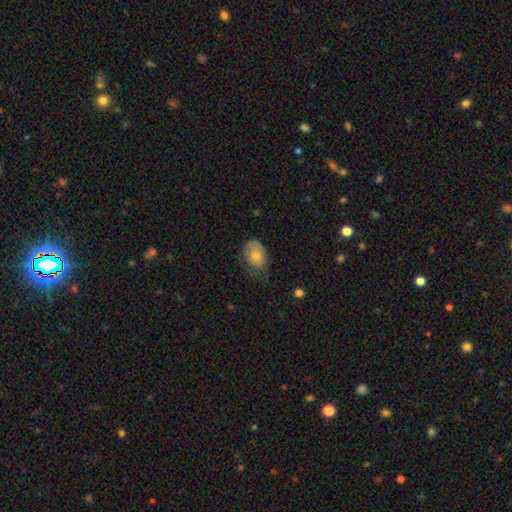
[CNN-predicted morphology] A smooth galaxy with no disk features (62%) that is in between round and cigar-shaped (81%).

Vote fractions:
- Smooth or featured? smooth: 62% / featured or disk: 30% / star or artifact: 8%
- How rounded? in between: 81% / round: 17% / cigar-shaped: 1%
- Merging? none: 50% / minor disturbance: 34% / major disturbance: 15% / merger: 1%